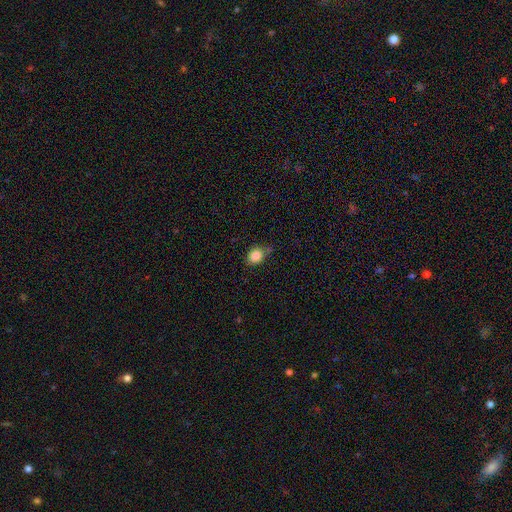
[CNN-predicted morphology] Q: Smooth or featured?
A: smooth (86%); runner-up: star or artifact (10%)
Q: How rounded?
A: round (54%); runner-up: in between (45%)
Q: Merging?
A: none (69%); runner-up: minor disturbance (21%)